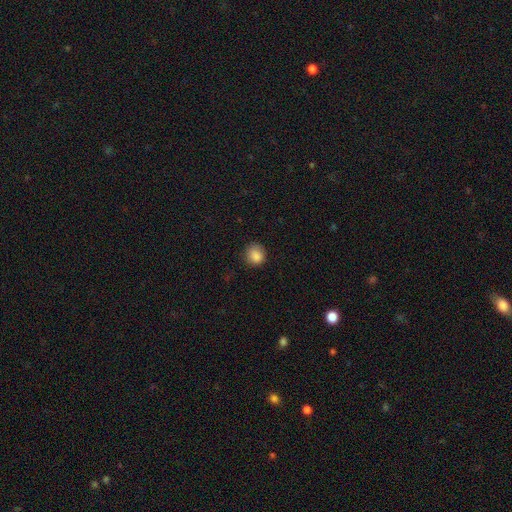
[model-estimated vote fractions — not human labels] A smooth galaxy with no disk features (86%) that is round (80%).

Vote fractions:
- Smooth or featured? smooth: 86% / star or artifact: 10% / featured or disk: 4%
- How rounded? round: 80% / in between: 19% / cigar-shaped: 1%
- Merging? none: 81% / minor disturbance: 15% / major disturbance: 3% / merger: 1%